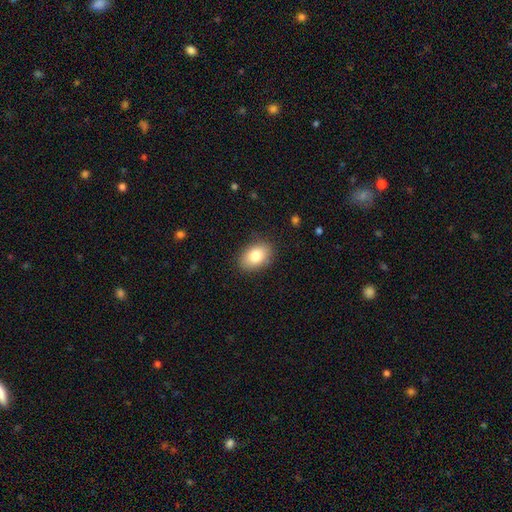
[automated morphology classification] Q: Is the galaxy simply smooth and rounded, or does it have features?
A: smooth — 82%.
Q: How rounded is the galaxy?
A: in between — 85%.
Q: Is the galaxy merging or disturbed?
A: none — 86%.